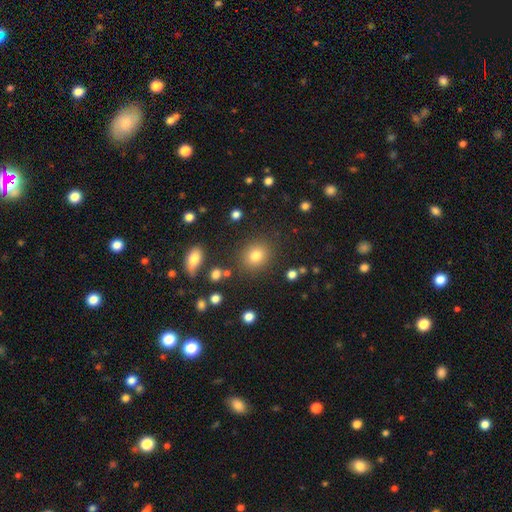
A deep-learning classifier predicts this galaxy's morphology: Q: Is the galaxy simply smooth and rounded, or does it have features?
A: smooth — 78%.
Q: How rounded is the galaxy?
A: round — 77%.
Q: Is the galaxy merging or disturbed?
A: none — 85%.